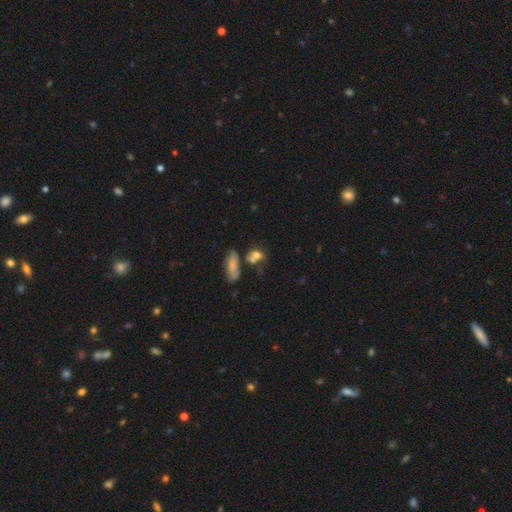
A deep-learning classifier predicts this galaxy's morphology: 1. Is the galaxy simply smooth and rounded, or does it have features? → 71% smooth, 17% featured or disk, 12% star or artifact.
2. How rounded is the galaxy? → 51% in between, 42% round, 7% cigar-shaped.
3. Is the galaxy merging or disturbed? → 44% none, 29% merger, 18% minor disturbance, 9% major disturbance.